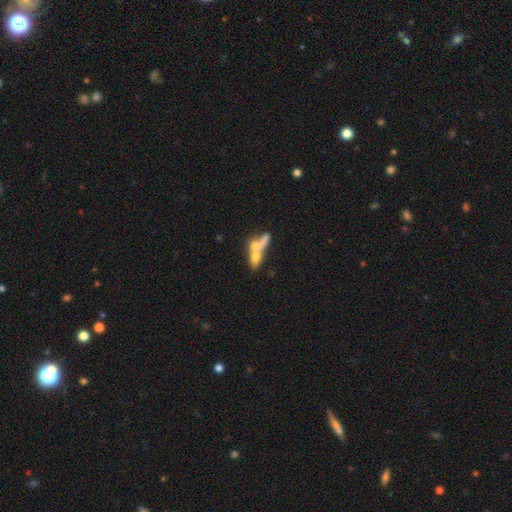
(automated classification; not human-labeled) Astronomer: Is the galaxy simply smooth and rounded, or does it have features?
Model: smooth — 45% (runner-up: featured or disk, 30%).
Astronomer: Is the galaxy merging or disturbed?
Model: merger — 40% (runner-up: none, 39%).